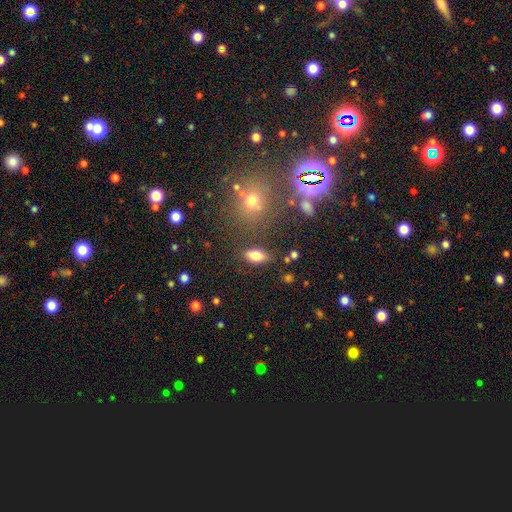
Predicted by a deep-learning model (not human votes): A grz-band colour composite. It shows a smooth galaxy with no disk features (79%) that is in between round and cigar-shaped (88%). Merging: none (81%).